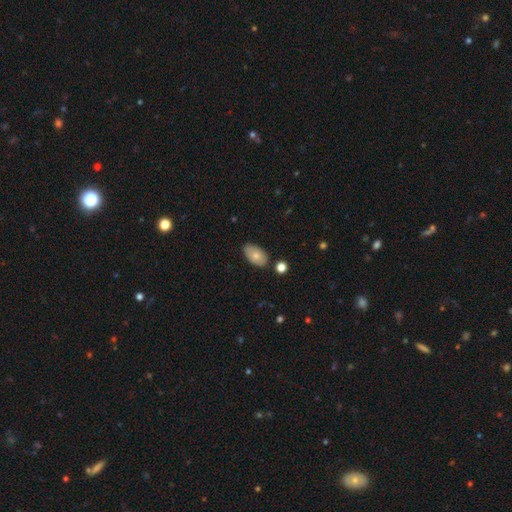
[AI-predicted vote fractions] Smooth or featured? Predicted: smooth (p=0.74). How rounded? Predicted: in between (p=0.93). Merging? Predicted: none (p=0.78).